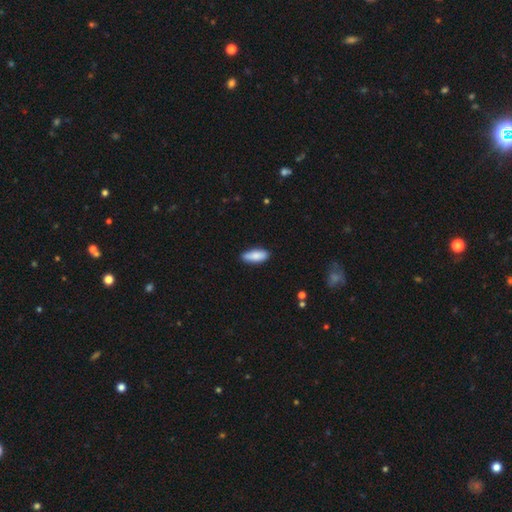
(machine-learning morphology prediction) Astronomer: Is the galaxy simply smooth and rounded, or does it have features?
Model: smooth — 86%.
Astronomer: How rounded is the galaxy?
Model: in between — 73%.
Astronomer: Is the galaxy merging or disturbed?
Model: none — 84%.